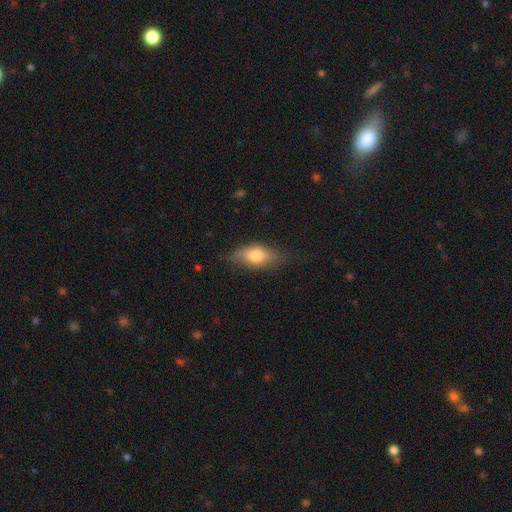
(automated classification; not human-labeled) Morphology: type=smooth (69%); roundness=in between (80%); merging=none (69%).